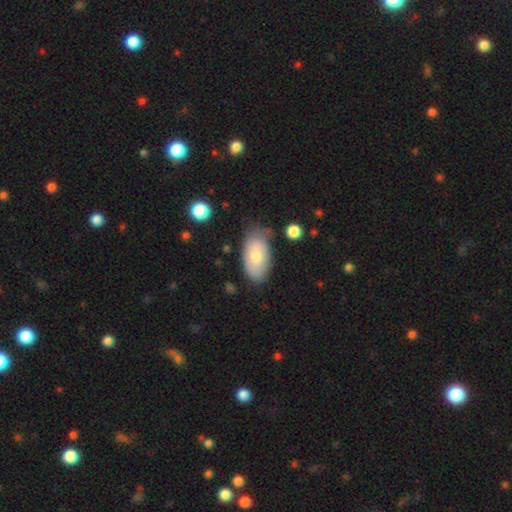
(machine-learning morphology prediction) This appears to be a smooth galaxy with no disk features (70%) that is in between round and cigar-shaped (95%). Merging: none (63%).